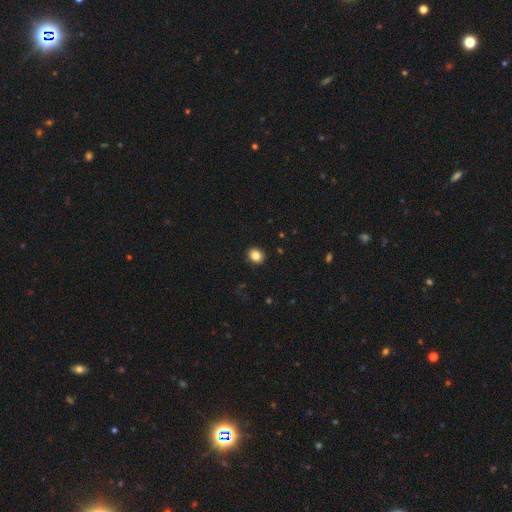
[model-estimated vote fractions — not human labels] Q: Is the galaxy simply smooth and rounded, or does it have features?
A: smooth — 85%.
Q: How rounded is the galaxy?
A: round — 63%.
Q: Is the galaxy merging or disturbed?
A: none — 91%.